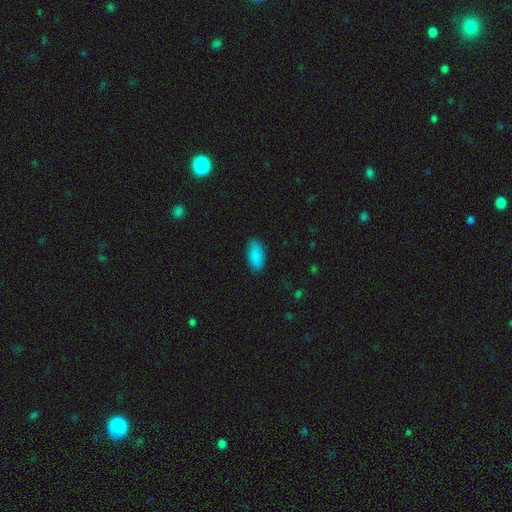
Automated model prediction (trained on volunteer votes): A smooth galaxy with no disk features (89%) that is in between round and cigar-shaped (92%). Merging: none (85%).